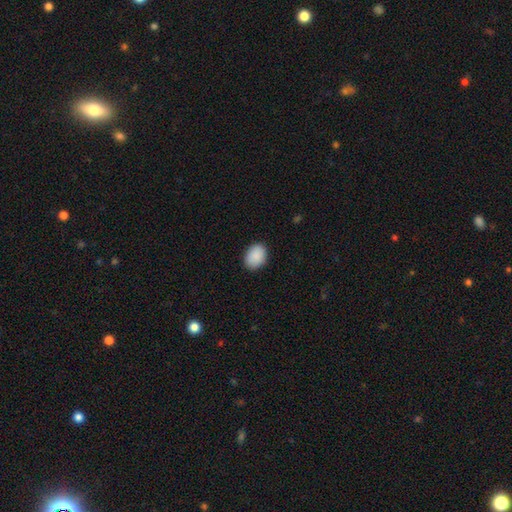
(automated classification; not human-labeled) smooth-or-featured: smooth: 90% | star or artifact: 7% | featured or disk: 3%
  how-rounded: in between: 67% | round: 32% | cigar-shaped: 1%
  merging: none: 88% | minor disturbance: 9% | major disturbance: 2% | merger: 1%